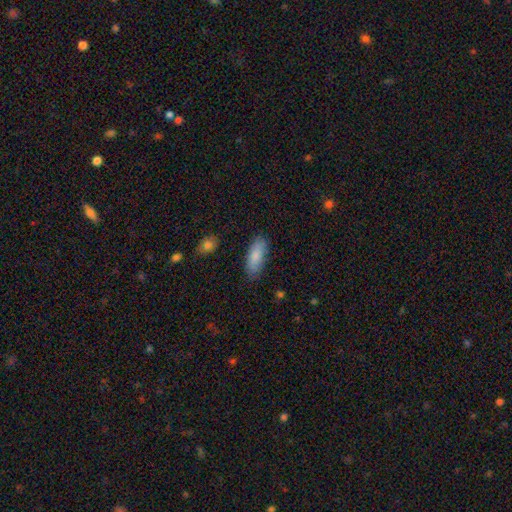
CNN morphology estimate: Smooth or featured? Predicted: smooth (p=0.85). How rounded? Predicted: in between (p=0.74). Merging? Predicted: none (p=0.83).